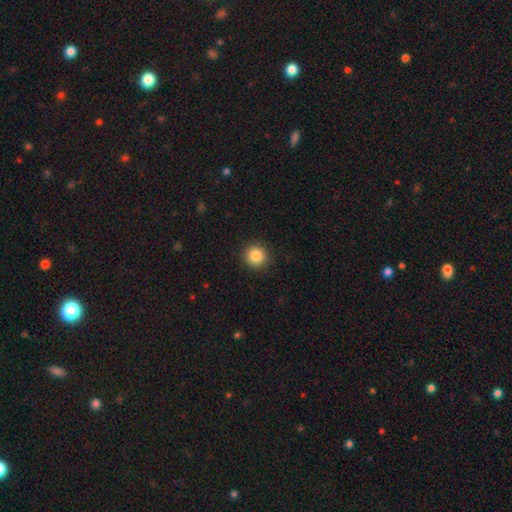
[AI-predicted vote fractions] Smooth or featured? Predicted: smooth (p=0.86). How rounded? Predicted: round (p=0.95). Merging? Predicted: none (p=0.92).